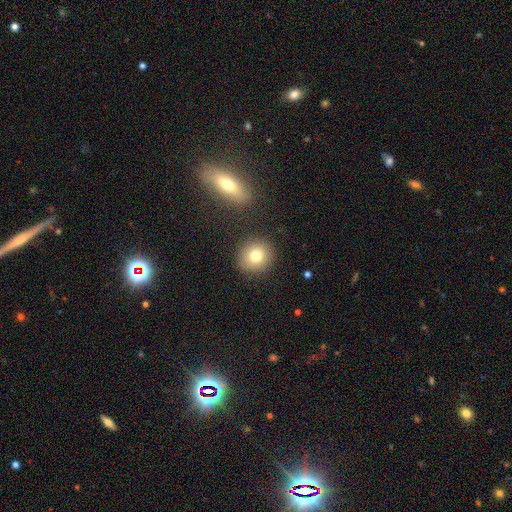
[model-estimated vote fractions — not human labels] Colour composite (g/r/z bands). It shows a smooth galaxy with no disk features (78%) that is round (89%). Merging: none (87%).